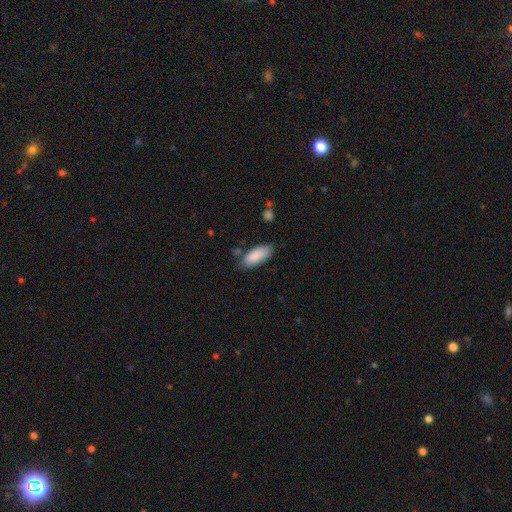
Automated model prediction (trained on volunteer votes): Smooth or featured?
  - smooth: 87% *
  - featured or disk: 7%
  - star or artifact: 6%
How rounded?
  - in between: 82% *
  - cigar-shaped: 16%
  - round: 2%
Merging?
  - none: 71% *
  - minor disturbance: 20%
  - merger: 4%
  - major disturbance: 4%